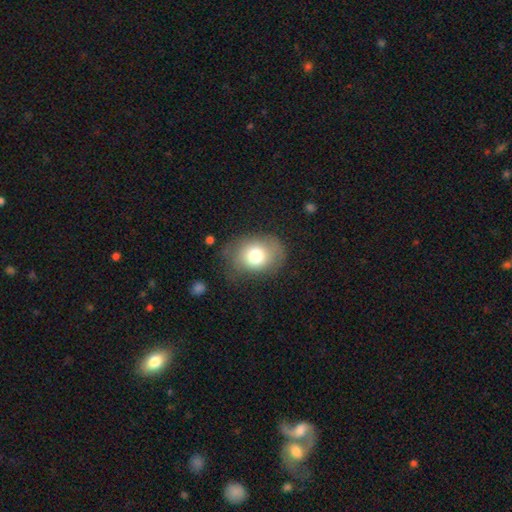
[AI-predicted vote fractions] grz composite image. It shows a smooth galaxy with no disk features (74%) that is in between round and cigar-shaped (53%). Merging: none (60%).